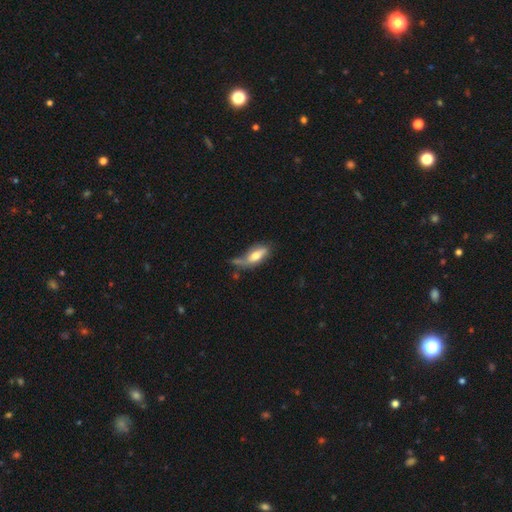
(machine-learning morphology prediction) This appears to be a smooth galaxy with no disk features (59%) that is in between round and cigar-shaped (75%). Merging: none (35%).